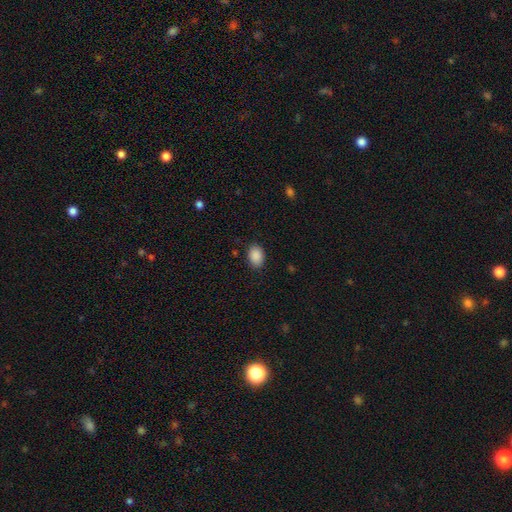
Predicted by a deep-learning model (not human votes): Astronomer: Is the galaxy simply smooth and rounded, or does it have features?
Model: smooth — 89%.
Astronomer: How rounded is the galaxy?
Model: in between — 79%.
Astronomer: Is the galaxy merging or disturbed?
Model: none — 85%.